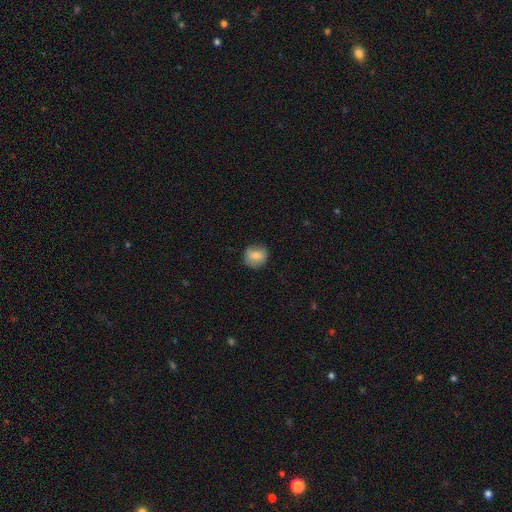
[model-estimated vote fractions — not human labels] Smooth or featured: smooth — 75% (featured or disk — 16%)
How rounded: round — 80% (in between — 18%)
Merging: none — 78% (minor disturbance — 16%)